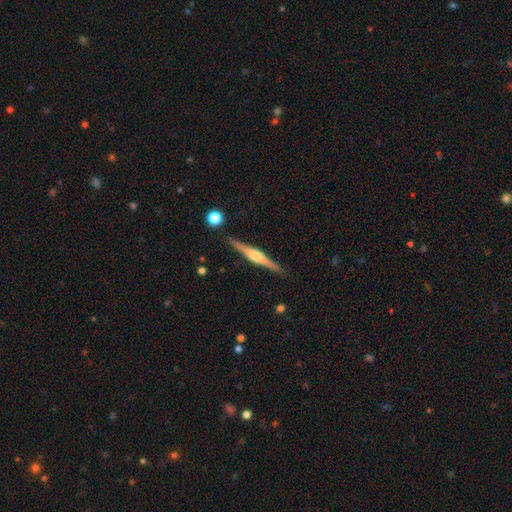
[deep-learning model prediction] A featured or disk galaxy (76%) viewed edge-on (98%) with a rounded central bulge (80%).

Vote fractions:
- Smooth or featured? featured or disk: 76% / smooth: 18% / star or artifact: 5%
- Edge-on disk? yes: 98% / no: 2%
- Edge-on bulge? rounded: 80% / boxy: 16% / none: 5%
- Merging? none: 90% / minor disturbance: 7% / major disturbance: 2% / merger: 1%